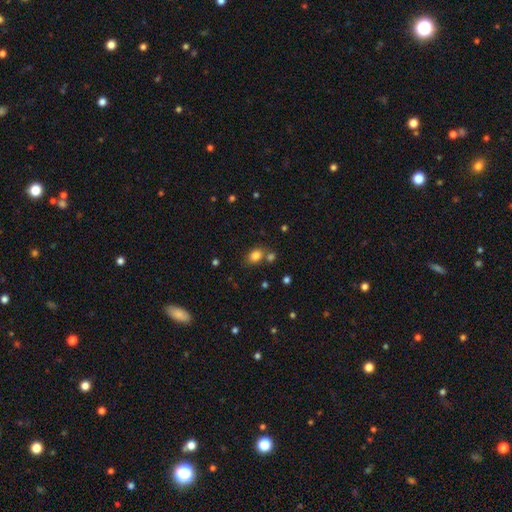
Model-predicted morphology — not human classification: The model was most divided on "how rounded": in between: 60%, round: 38%, cigar-shaped: 1%. More confident: smooth or featured — smooth (81%); merging — none (64%).